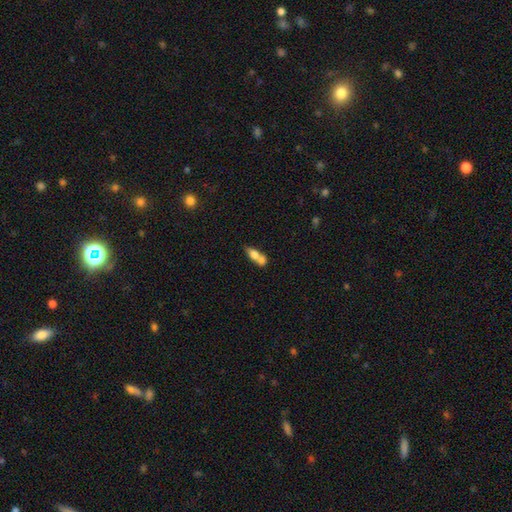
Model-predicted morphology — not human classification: This is likely a smooth galaxy (66%). How rounded: likely in between (69%). Merging: likely merger (64%).